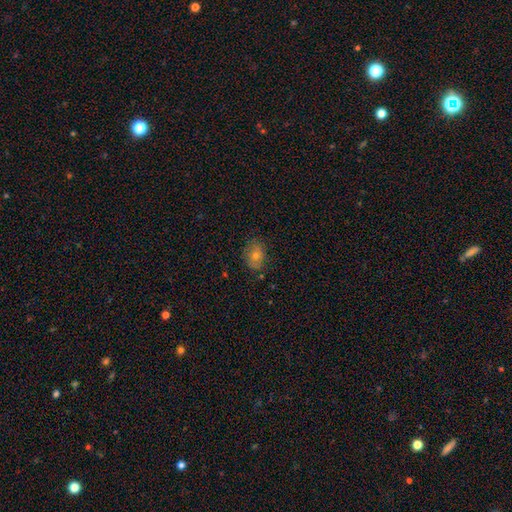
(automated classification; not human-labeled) Smooth or featured: smooth — 62% (featured or disk — 22%)
How rounded: in between — 66% (round — 33%)
Merging: none — 78% (minor disturbance — 17%)